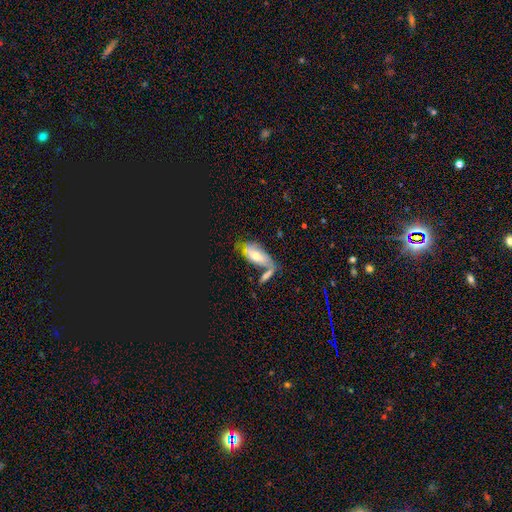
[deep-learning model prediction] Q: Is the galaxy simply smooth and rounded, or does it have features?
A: featured or disk — 49%.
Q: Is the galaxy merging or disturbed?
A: none — 42%.